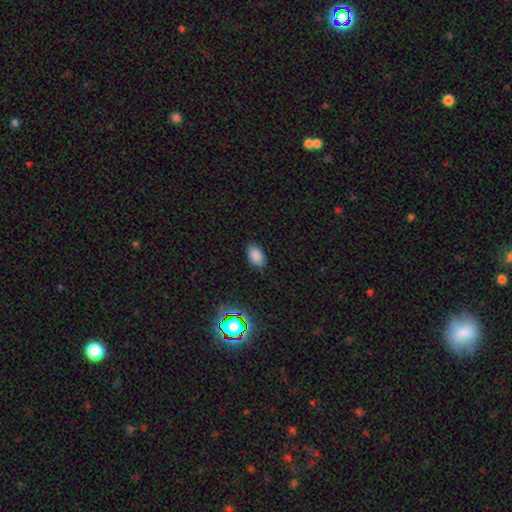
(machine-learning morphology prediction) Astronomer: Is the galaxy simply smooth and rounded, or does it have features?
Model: smooth — 84%.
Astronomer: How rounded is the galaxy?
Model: in between — 91%.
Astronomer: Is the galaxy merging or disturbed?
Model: none — 84%.